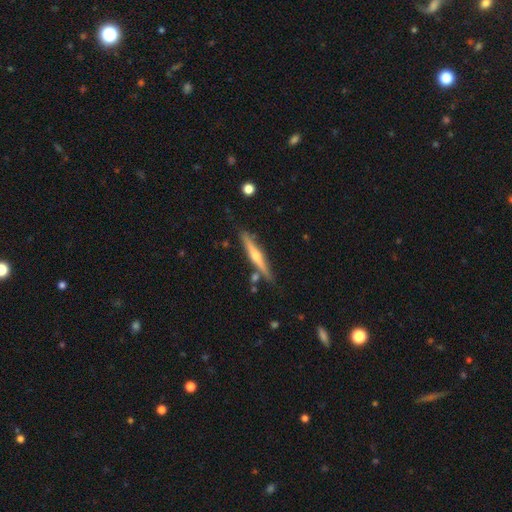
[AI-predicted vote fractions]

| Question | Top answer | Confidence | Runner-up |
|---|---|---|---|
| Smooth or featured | featured or disk | 73% | smooth (21%) |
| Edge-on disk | yes | 98% | no (2%) |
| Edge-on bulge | rounded | 87% | none (9%) |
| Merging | none | 84% | minor disturbance (10%) |